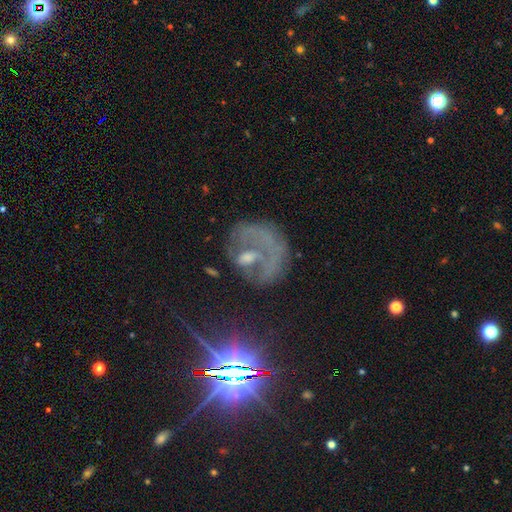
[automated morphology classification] This is possibly a featured or disk galaxy (50%). It is clearly not viewed edge-on (95%). Merging: possibly none (45%).